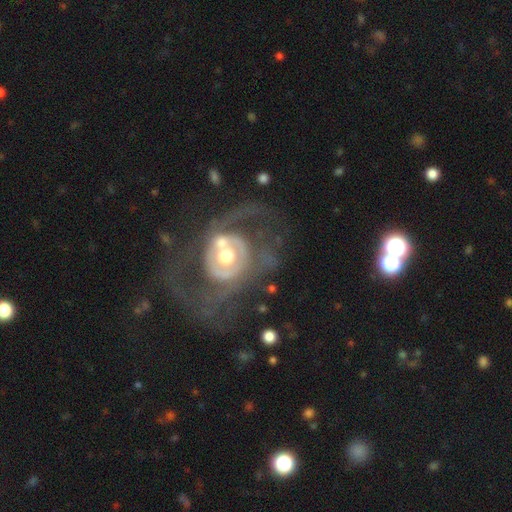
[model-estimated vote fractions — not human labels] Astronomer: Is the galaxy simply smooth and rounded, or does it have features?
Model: featured or disk — 82%.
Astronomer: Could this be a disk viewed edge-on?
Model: no — 97%.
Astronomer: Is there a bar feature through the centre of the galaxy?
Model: no — 54% (runner-up: weak, 32%).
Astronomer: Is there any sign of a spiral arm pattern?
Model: yes — 81%.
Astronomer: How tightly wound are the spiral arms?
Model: medium — 44% (runner-up: tight, 36%).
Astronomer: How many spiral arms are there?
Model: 2 — 58%.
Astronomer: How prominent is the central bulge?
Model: moderate — 47% (runner-up: small, 42%).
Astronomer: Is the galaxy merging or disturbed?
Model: none — 61%.